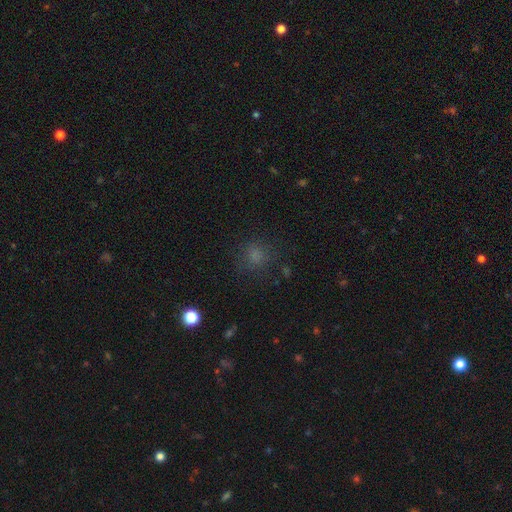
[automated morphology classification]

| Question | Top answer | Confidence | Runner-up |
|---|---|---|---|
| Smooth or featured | smooth | 73% | star or artifact (20%) |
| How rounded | round | 83% | in between (16%) |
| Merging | none | 79% | minor disturbance (13%) |